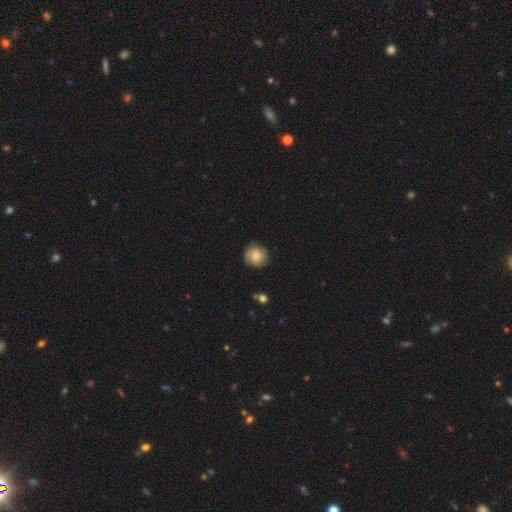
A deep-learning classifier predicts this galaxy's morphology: Smooth or featured? smooth (56%)
How rounded? round (89%)
Merging? none (81%)